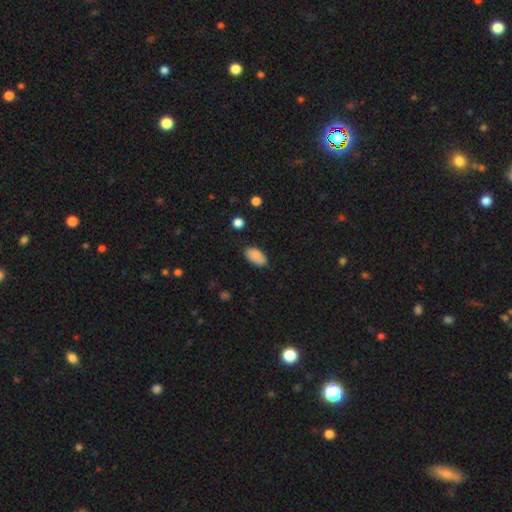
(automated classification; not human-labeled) Q: Smooth or featured?
A: smooth (87%); runner-up: star or artifact (7%)
Q: How rounded?
A: in between (94%); runner-up: round (4%)
Q: Merging?
A: none (80%); runner-up: minor disturbance (15%)